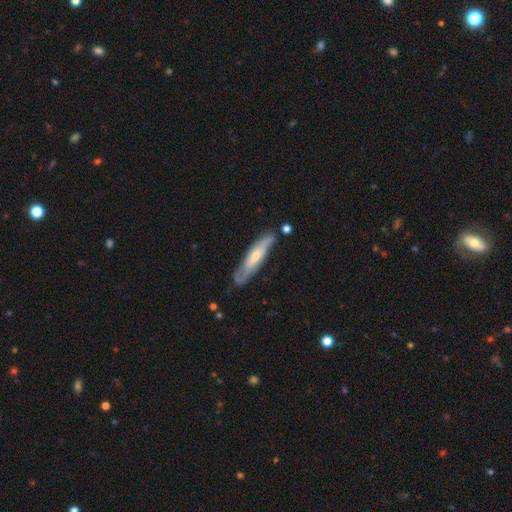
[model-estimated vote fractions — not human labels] Smooth or featured? Predicted: featured or disk (p=0.54). Edge-on disk? Predicted: yes (p=0.53). Merging? Predicted: none (p=0.71).